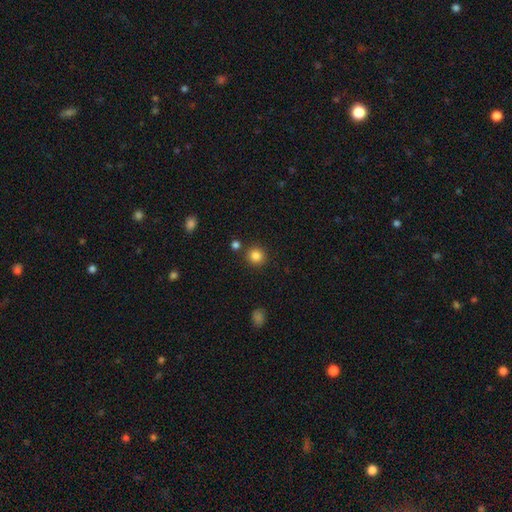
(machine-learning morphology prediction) smooth 85%, star or artifact 11%, featured or disk 4%. Down the decision tree: how rounded — round (92%); merging — none (86%).